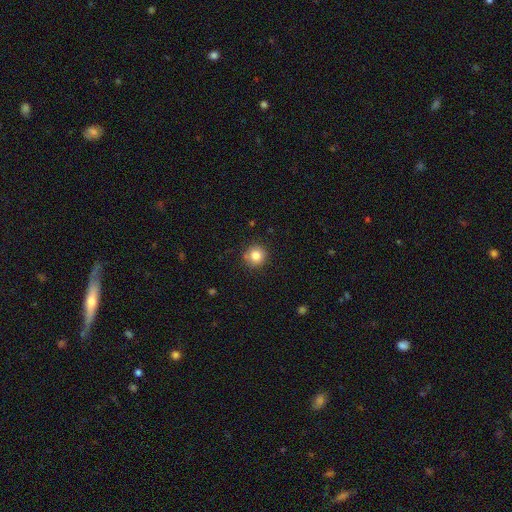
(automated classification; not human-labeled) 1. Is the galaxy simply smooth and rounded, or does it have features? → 83% smooth, 10% star or artifact, 7% featured or disk.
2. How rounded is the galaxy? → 93% round, 6% in between, 1% cigar-shaped.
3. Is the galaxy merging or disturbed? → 88% none, 9% minor disturbance, 2% major disturbance, 1% merger.